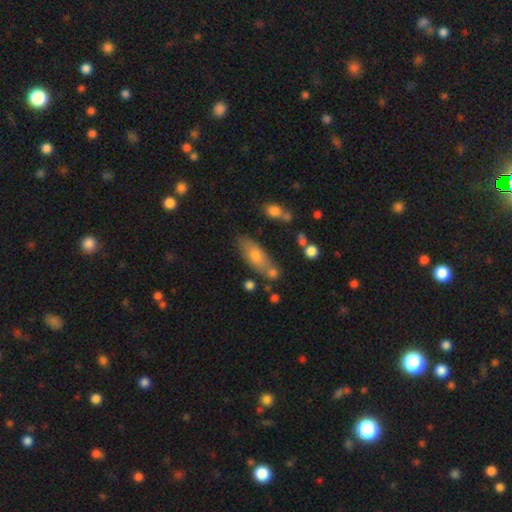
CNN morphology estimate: smooth-or-featured: smooth: 67% | featured or disk: 25% | star or artifact: 8%
  how-rounded: in between: 67% | cigar-shaped: 30% | round: 3%
  merging: none: 65% | minor disturbance: 17% | merger: 13% | major disturbance: 5%